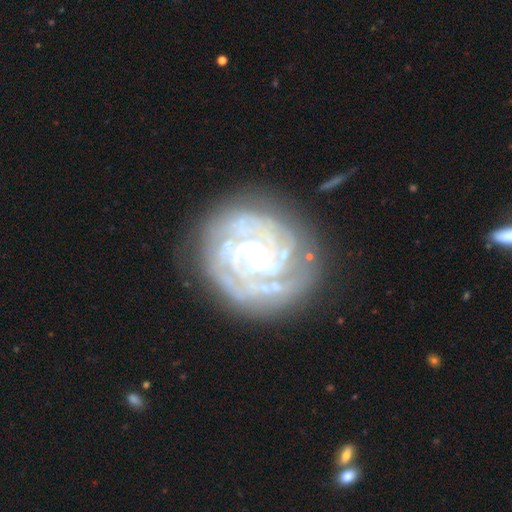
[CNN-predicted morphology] type=featured or disk (90%); edge-on=no (98%); bar=no (57%); spiral arms=yes (98%); winding=tight (81%); arm count=3 (26%); bulge=small (70%); merging=none (79%).